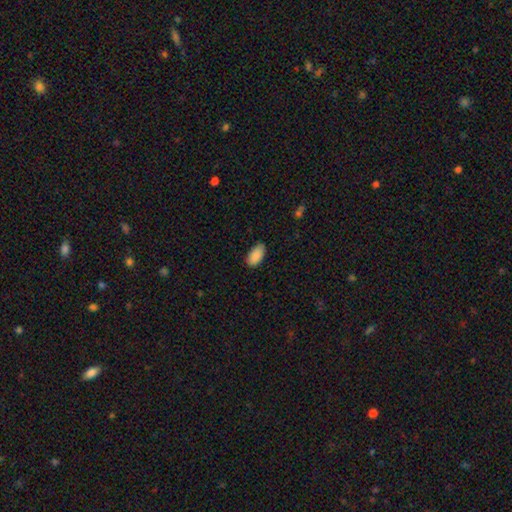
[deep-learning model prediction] Q: Smooth or featured?
A: smooth (89%); runner-up: star or artifact (7%)
Q: How rounded?
A: in between (94%); runner-up: cigar-shaped (3%)
Q: Merging?
A: none (80%); runner-up: minor disturbance (17%)